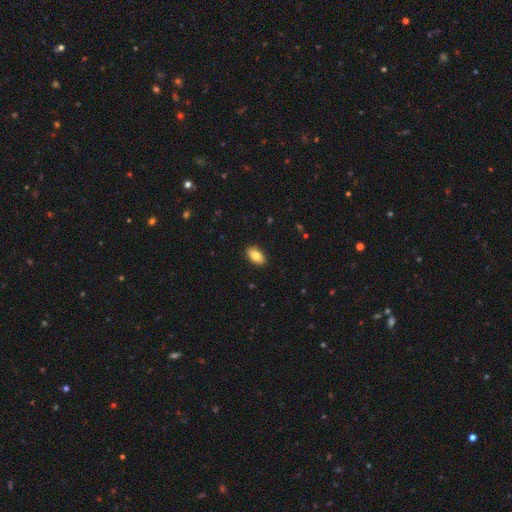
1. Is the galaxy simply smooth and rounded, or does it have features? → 87% smooth, 8% star or artifact, 5% featured or disk.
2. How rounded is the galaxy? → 100% in between, 0% round, 0% cigar-shaped.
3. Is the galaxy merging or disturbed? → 91% none, 6% minor disturbance, 3% major disturbance, 0% merger.